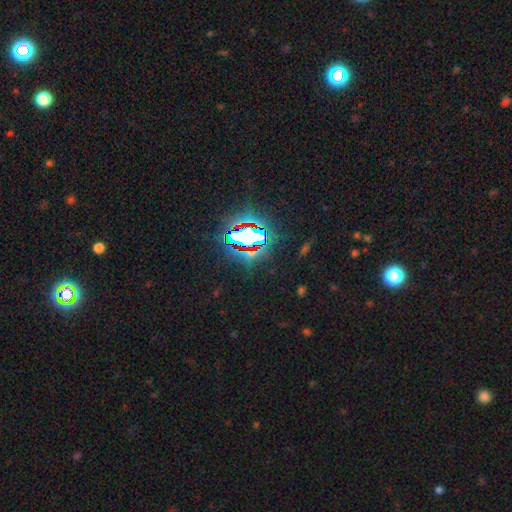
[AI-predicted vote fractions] star or artifact 83%, smooth 10%, featured or disk 7%.